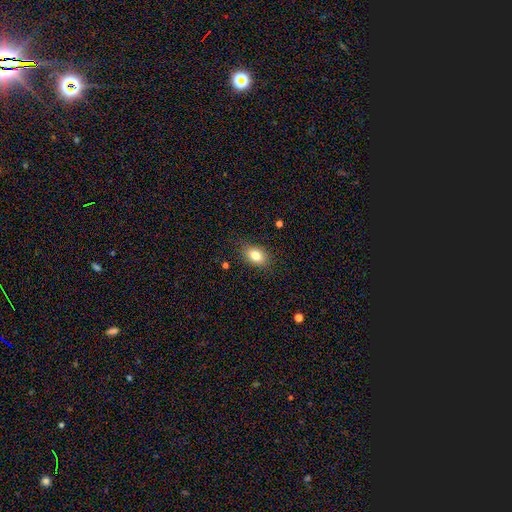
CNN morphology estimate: Smooth or featured: smooth — 82% (star or artifact — 10%)
How rounded: in between — 78% (round — 20%)
Merging: none — 83% (minor disturbance — 13%)